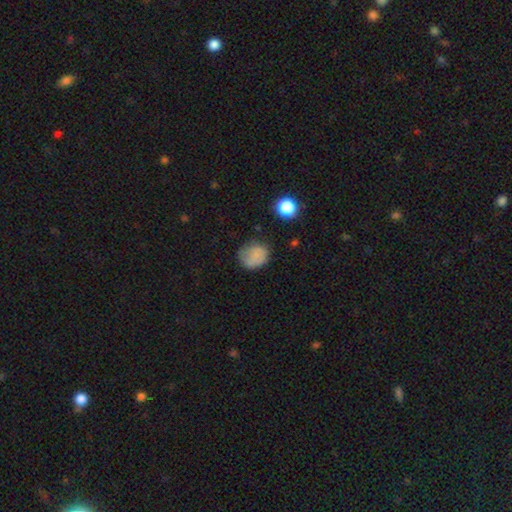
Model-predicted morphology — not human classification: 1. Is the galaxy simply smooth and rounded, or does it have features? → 78% smooth, 12% star or artifact, 11% featured or disk.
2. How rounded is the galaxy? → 71% round, 28% in between, 1% cigar-shaped.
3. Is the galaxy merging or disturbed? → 59% none, 28% minor disturbance, 12% major disturbance, 2% merger.